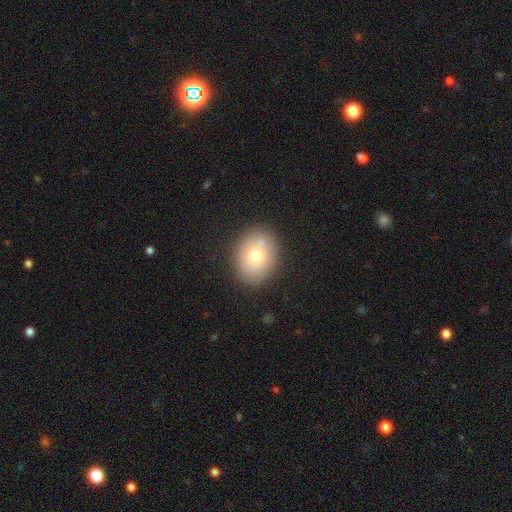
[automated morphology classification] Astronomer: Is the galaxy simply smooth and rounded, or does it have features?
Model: smooth — 73%.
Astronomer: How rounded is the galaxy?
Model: in between — 56% (runner-up: round, 43%).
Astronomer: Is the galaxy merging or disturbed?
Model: none — 81%.